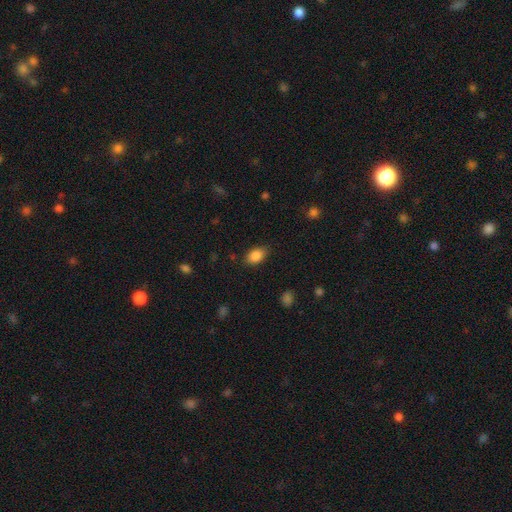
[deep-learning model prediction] Morphology: type=smooth (87%); roundness=in between (88%); merging=none (82%).